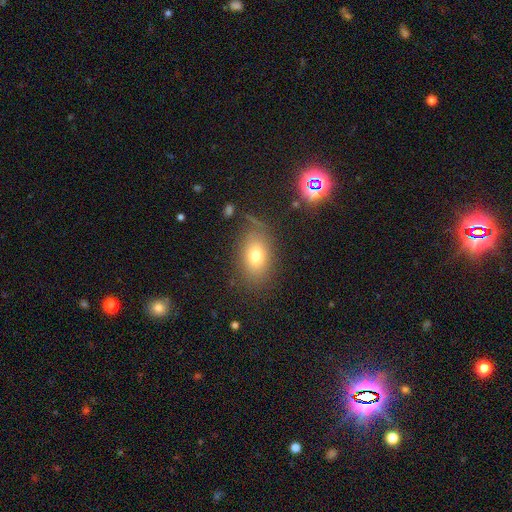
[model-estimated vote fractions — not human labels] Q: Smooth or featured?
A: smooth (73%); runner-up: featured or disk (14%)
Q: How rounded?
A: in between (80%); runner-up: round (18%)
Q: Merging?
A: none (78%); runner-up: minor disturbance (13%)